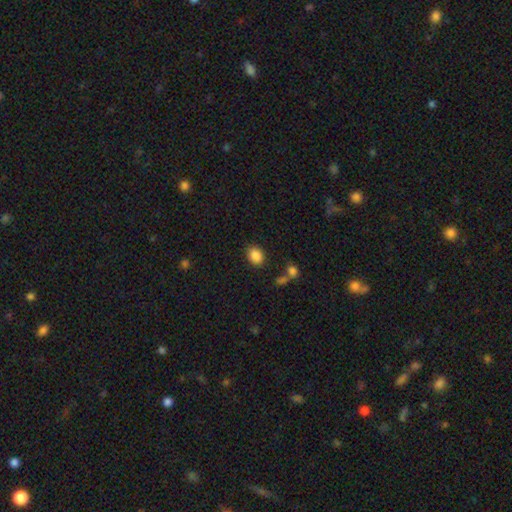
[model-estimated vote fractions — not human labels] This appears to be a smooth galaxy with no disk features (87%) that is in between round and cigar-shaped (63%). Merging: none (84%).